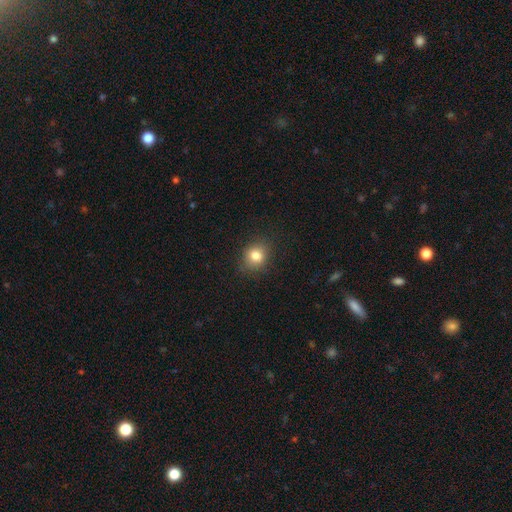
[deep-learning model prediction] Overall: smooth (82%). How rounded: round (71%). Merging: none (85%).